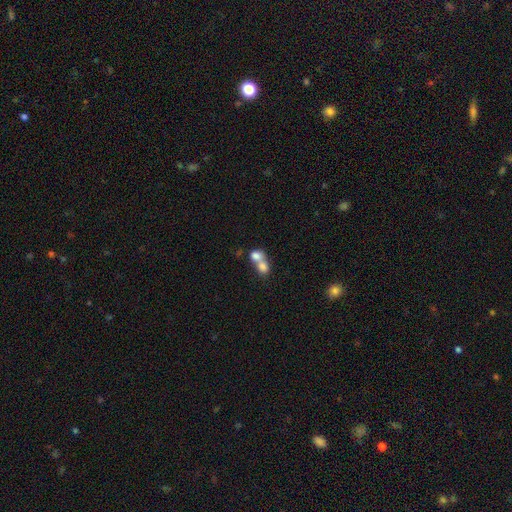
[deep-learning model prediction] This is likely a smooth galaxy (75%). How rounded: likely round (62%). Merging: likely merger (73%).